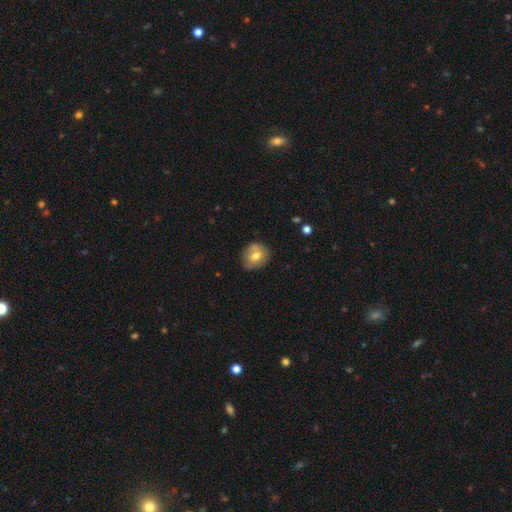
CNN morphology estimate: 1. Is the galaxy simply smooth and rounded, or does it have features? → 67% smooth, 24% featured or disk, 8% star or artifact.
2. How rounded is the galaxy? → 66% round, 33% in between, 1% cigar-shaped.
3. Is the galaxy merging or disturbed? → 73% none, 19% minor disturbance, 4% merger, 4% major disturbance.